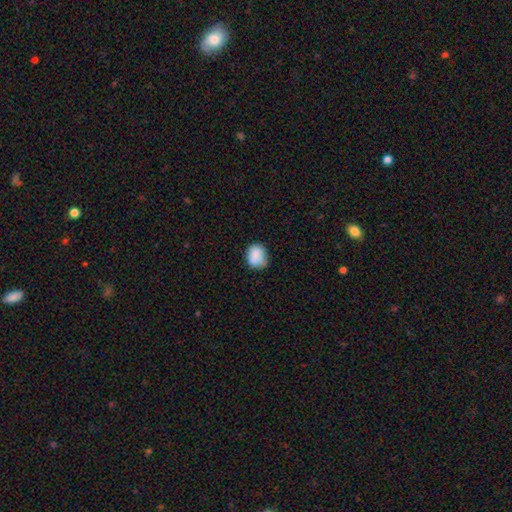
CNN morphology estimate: Smooth or featured: smooth — 86% (star or artifact — 8%)
How rounded: round — 59% (in between — 40%)
Merging: none — 72% (minor disturbance — 22%)